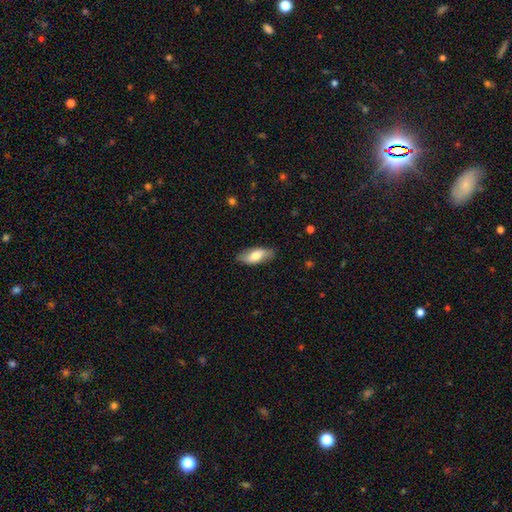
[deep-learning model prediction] The model was most divided on "smooth or featured": smooth: 69%, featured or disk: 25%, star or artifact: 6%. More confident: merging — none (83%); how rounded — in between (82%).